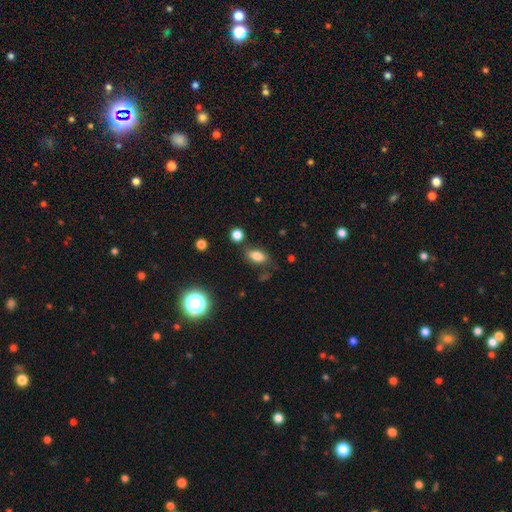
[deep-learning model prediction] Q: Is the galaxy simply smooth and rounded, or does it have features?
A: smooth — 80%.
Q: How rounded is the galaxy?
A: in between — 86%.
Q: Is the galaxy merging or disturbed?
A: none — 76%.